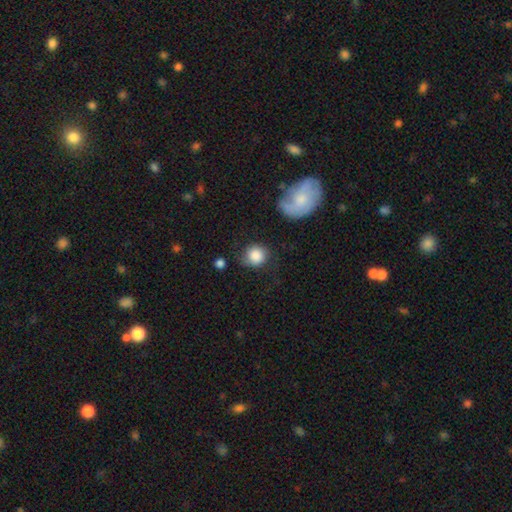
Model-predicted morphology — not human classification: Q: Smooth or featured?
A: smooth (81%); runner-up: featured or disk (11%)
Q: How rounded?
A: round (85%); runner-up: in between (14%)
Q: Merging?
A: none (63%); runner-up: minor disturbance (23%)